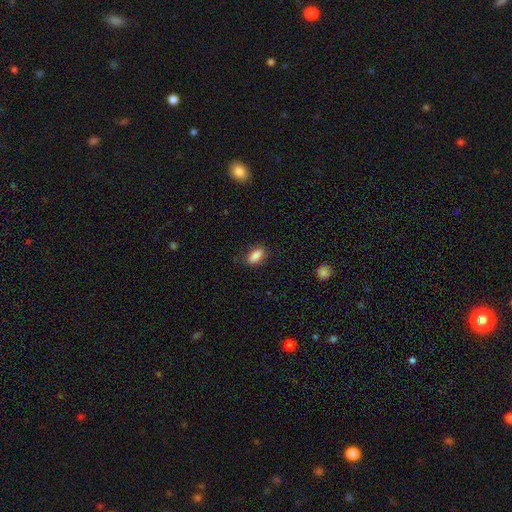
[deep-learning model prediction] Smooth or featured? smooth (86%)
How rounded? in between (89%)
Merging? none (78%)